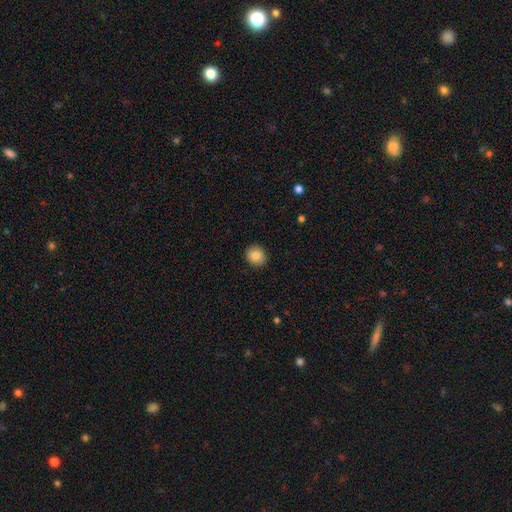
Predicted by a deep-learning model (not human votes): This appears to be a smooth galaxy with no disk features (85%) that is round (84%). Merging: none (91%).